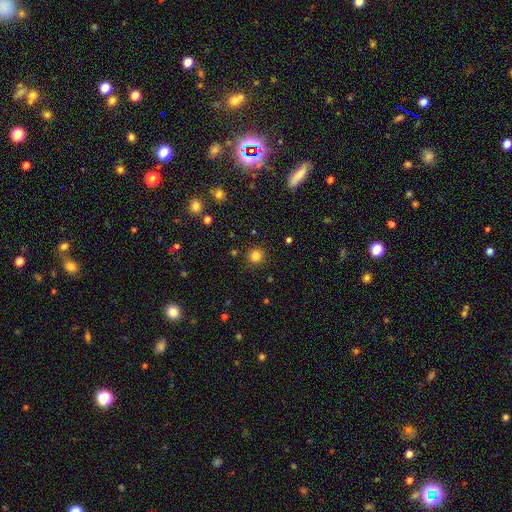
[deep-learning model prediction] Smooth or featured? Predicted: smooth (p=0.82). How rounded? Predicted: round (p=0.94). Merging? Predicted: none (p=0.90).